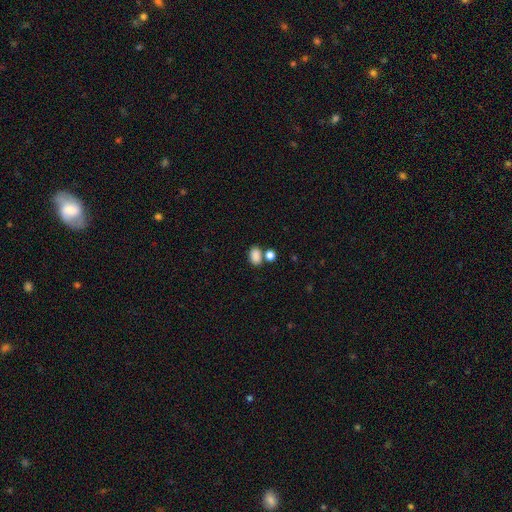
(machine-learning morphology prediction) smooth 85%, star or artifact 10%, featured or disk 5%. Down the decision tree: how rounded — in between (83%); merging — none (57%).